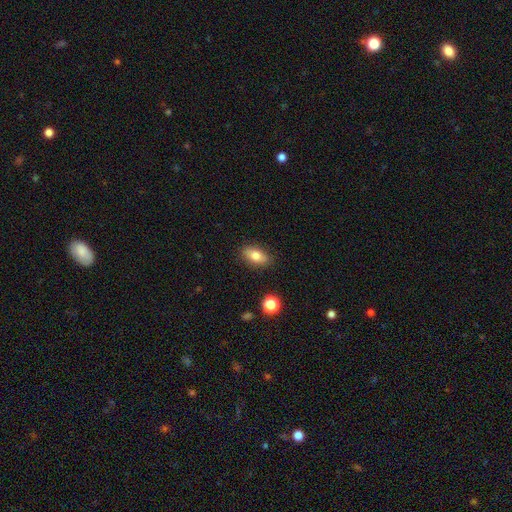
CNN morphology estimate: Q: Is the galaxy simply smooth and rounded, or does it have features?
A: smooth — 76%.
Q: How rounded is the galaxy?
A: in between — 82%.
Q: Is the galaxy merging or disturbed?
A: none — 87%.